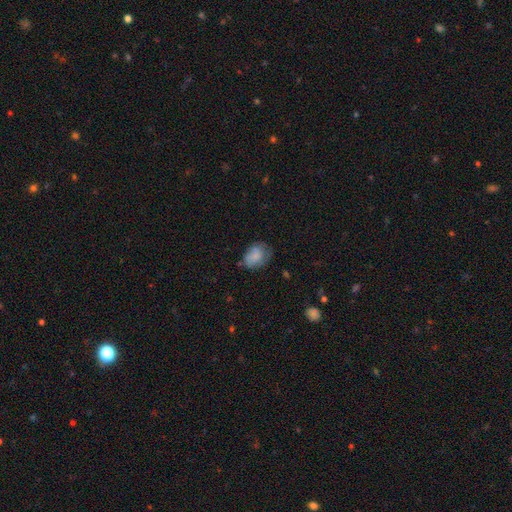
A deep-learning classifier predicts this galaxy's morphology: Smooth or featured?
  - smooth: 76% *
  - featured or disk: 15%
  - star or artifact: 9%
How rounded?
  - in between: 70% *
  - round: 29%
  - cigar-shaped: 1%
Merging?
  - none: 55% *
  - minor disturbance: 30%
  - major disturbance: 12%
  - merger: 4%